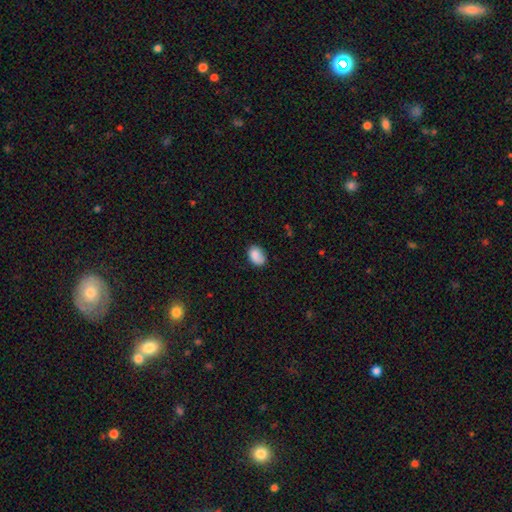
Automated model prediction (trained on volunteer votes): smooth_or_featured: smooth (p=0.86) [alt: star or artifact p=0.07]
how_rounded: in between (p=0.80) [alt: round p=0.19]
merging: none (p=0.72) [alt: minor disturbance p=0.21]